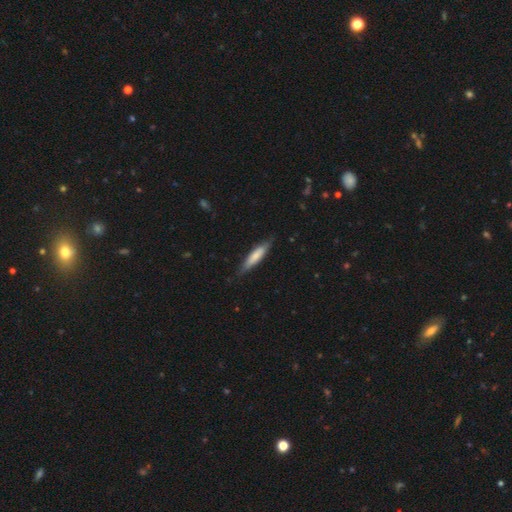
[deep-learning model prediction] This appears to be a smooth galaxy with no disk features (67%) that is cigar-shaped (80%). Merging: none (80%).